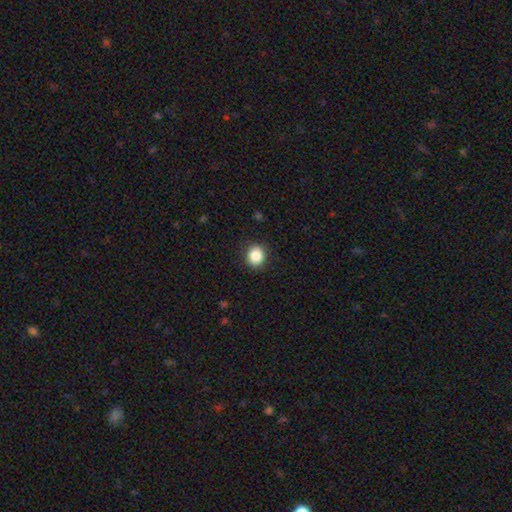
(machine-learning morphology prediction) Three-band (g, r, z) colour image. It shows a smooth galaxy with no disk features (86%) that is round (84%). Merging: none (89%).